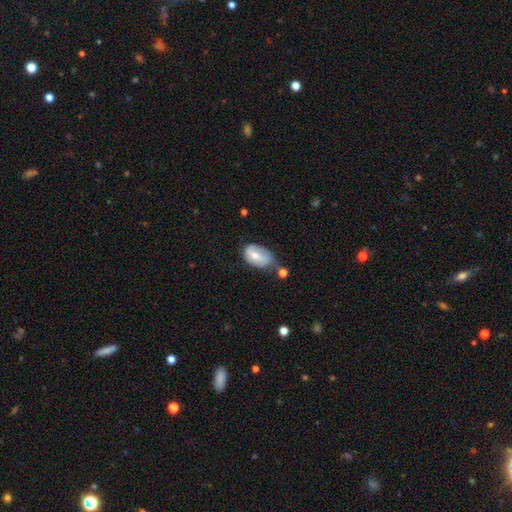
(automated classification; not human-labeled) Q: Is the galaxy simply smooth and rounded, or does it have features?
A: smooth — 47%.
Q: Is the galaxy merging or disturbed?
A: none — 39%.